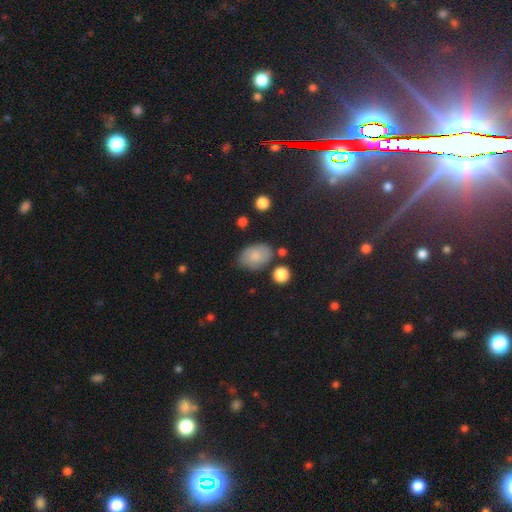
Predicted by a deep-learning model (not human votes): Overall: smooth (78%). How rounded: in between (85%). Merging: none (70%).